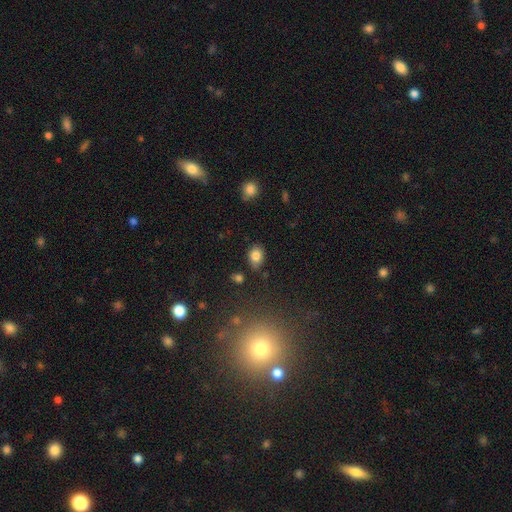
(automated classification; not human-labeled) Q: Smooth or featured?
A: smooth (82%); runner-up: star or artifact (10%)
Q: How rounded?
A: in between (62%); runner-up: round (37%)
Q: Merging?
A: none (78%); runner-up: minor disturbance (16%)